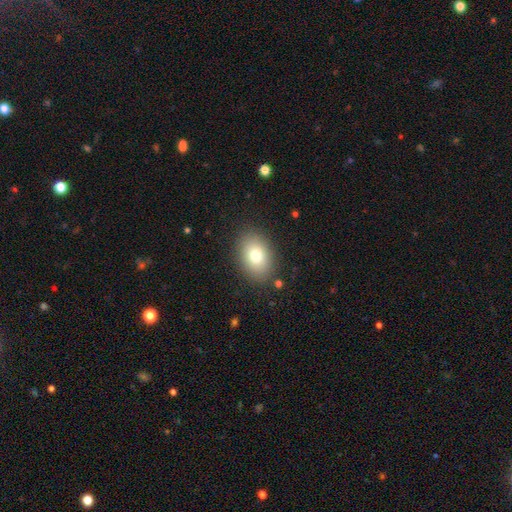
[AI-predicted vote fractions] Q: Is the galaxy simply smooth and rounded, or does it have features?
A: smooth — 77%.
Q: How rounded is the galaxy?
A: in between — 76%.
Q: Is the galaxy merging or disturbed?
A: none — 86%.